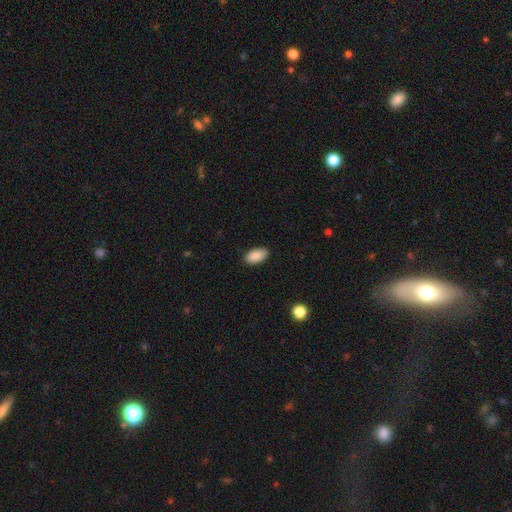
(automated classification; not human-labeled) Overall: smooth (89%). How rounded: in between (94%). Merging: none (88%).